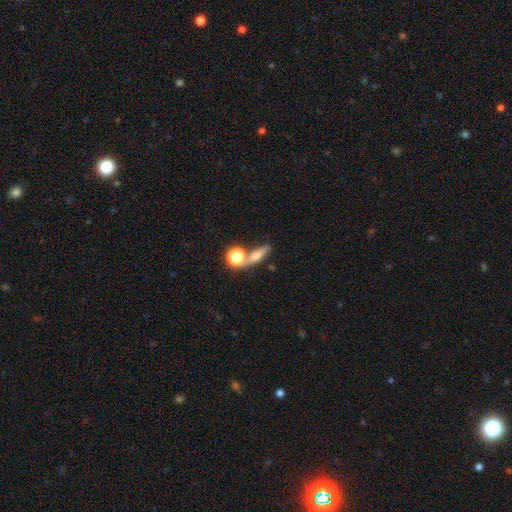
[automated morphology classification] Smooth or featured: smooth — 53% (featured or disk — 33%)
How rounded: cigar-shaped — 46% (in between — 29%)
Merging: none — 59% (merger — 24%)